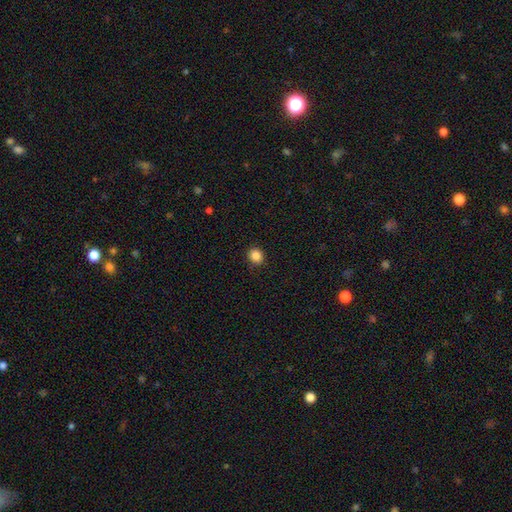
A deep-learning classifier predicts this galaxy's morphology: Smooth or featured: smooth — 87% (star or artifact — 11%)
How rounded: round — 83% (in between — 16%)
Merging: none — 91% (minor disturbance — 6%)